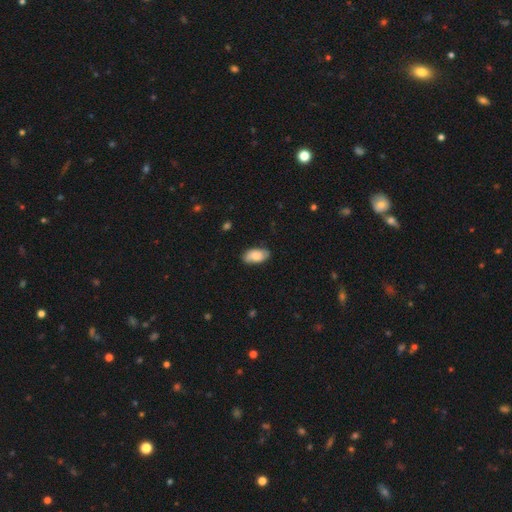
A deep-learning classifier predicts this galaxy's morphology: A smooth galaxy with no disk features (72%) that is in between round and cigar-shaped (93%). Merging: none (79%).